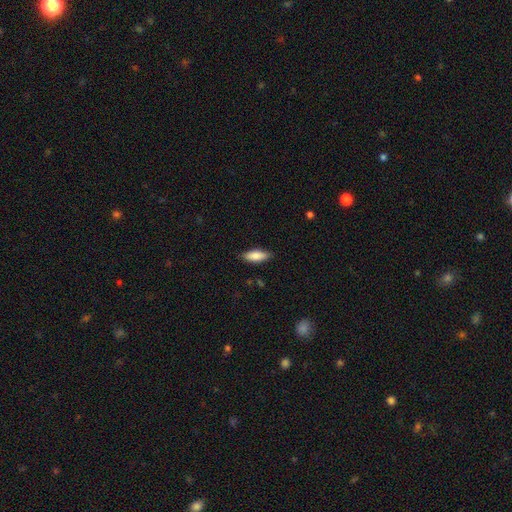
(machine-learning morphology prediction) type=smooth (84%); roundness=in between (69%); merging=none (85%).